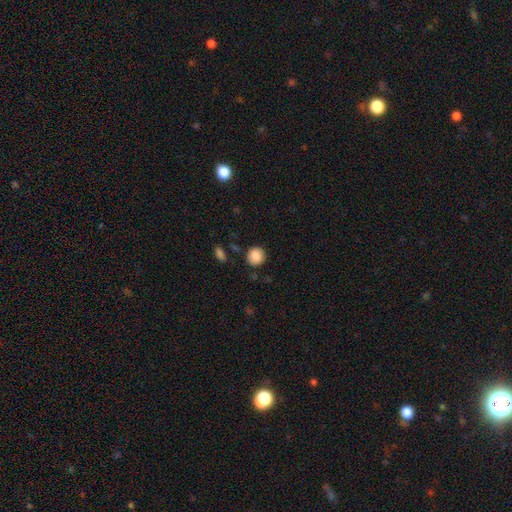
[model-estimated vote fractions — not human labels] smooth-or-featured: smooth: 87% | star or artifact: 8% | featured or disk: 5%
  how-rounded: round: 89% | in between: 10% | cigar-shaped: 1%
  merging: none: 84% | minor disturbance: 11% | major disturbance: 3% | merger: 3%